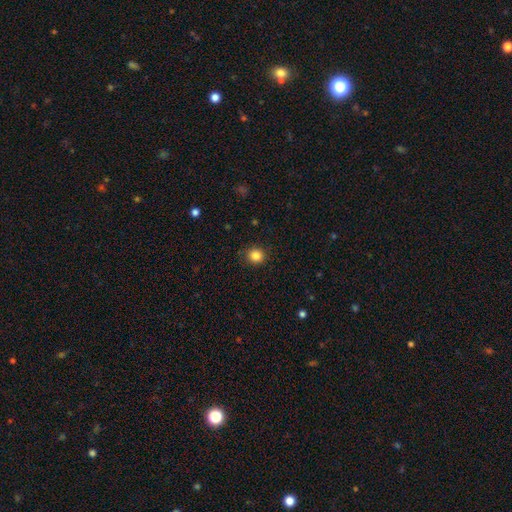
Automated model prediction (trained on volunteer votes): This is clearly a smooth galaxy (85%). How rounded: clearly round (87%). Merging: clearly none (90%).